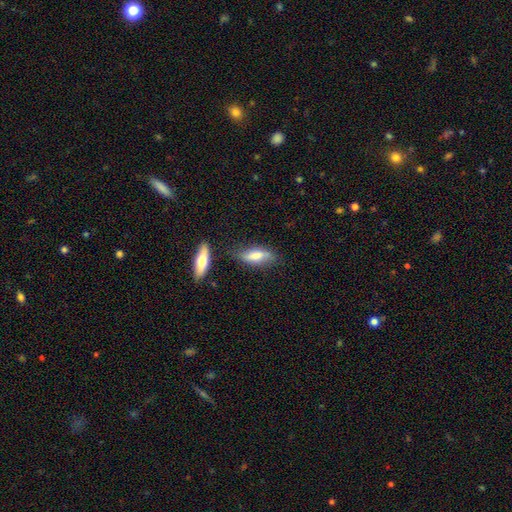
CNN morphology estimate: Smooth or featured? smooth (65%)
How rounded? in between (59%)
Merging? none (66%)